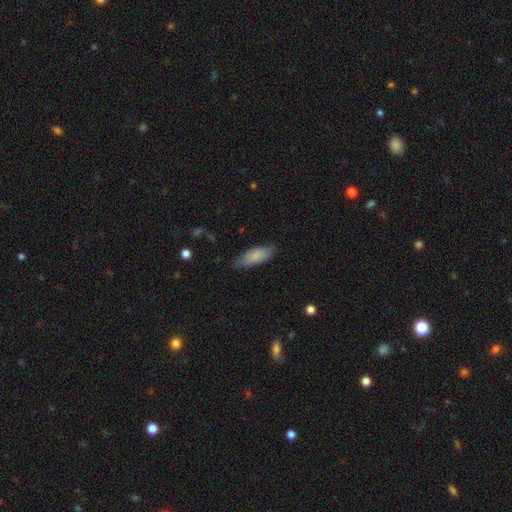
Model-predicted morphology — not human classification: Overall: smooth (83%). How rounded: in between (72%). Merging: none (77%).